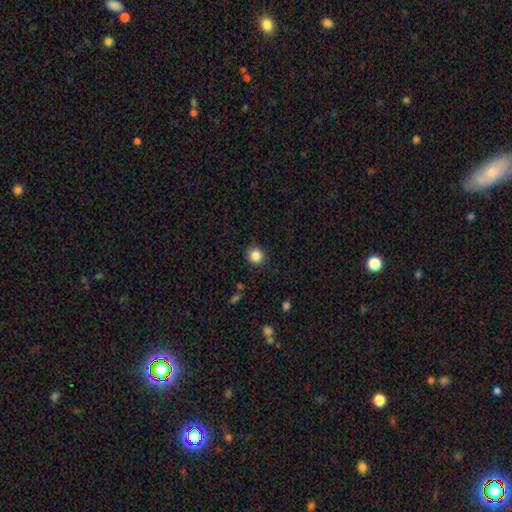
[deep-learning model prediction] smooth_or_featured: smooth (p=0.85) [alt: star or artifact p=0.11]
how_rounded: round (p=0.90) [alt: in between p=0.09]
merging: none (p=0.90) [alt: minor disturbance p=0.06]